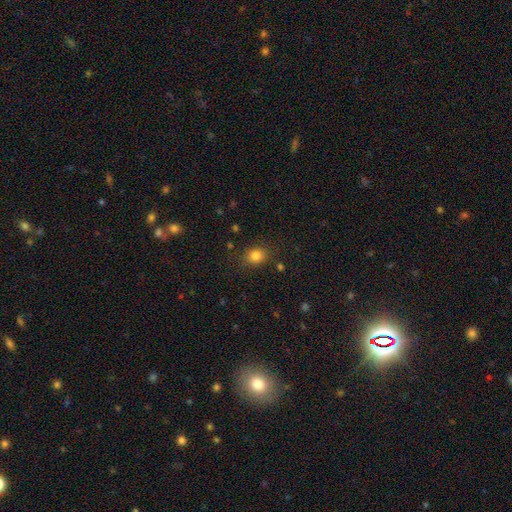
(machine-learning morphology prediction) type=smooth (82%); roundness=round (57%); merging=none (83%).